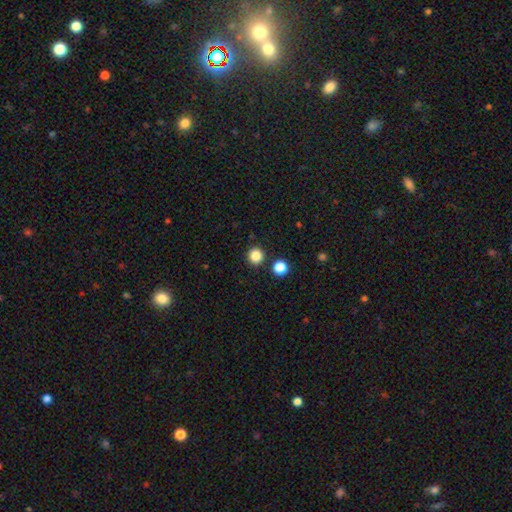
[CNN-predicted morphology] Q: Smooth or featured?
A: smooth (84%); runner-up: star or artifact (12%)
Q: How rounded?
A: round (93%); runner-up: in between (6%)
Q: Merging?
A: none (89%); runner-up: minor disturbance (5%)